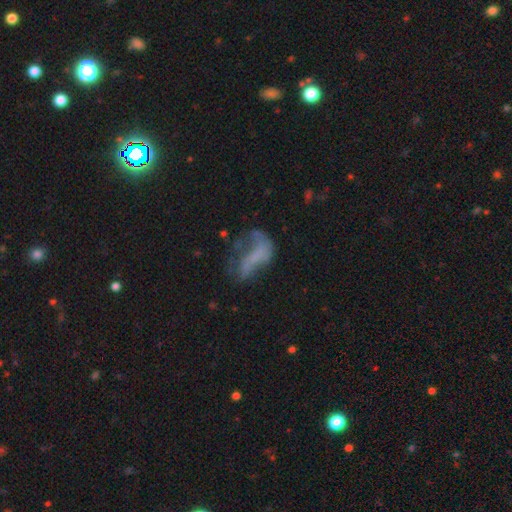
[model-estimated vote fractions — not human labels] This is possibly a featured or disk galaxy (50%). It is clearly not viewed edge-on (94%). Merging: marginally major disturbance (44%).